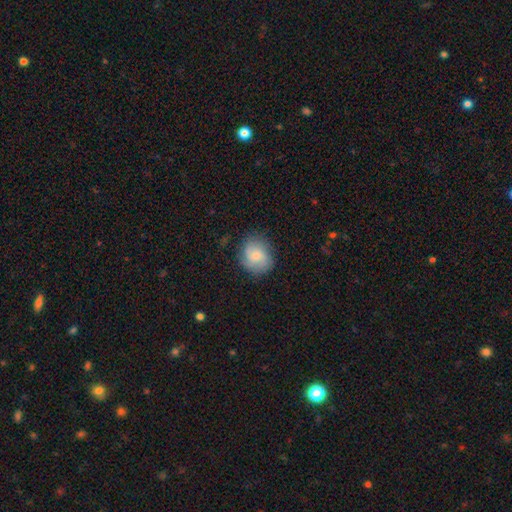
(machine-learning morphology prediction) Overall: smooth (52%; featured or disk 40%). How rounded: round (70%). Merging: none (79%).